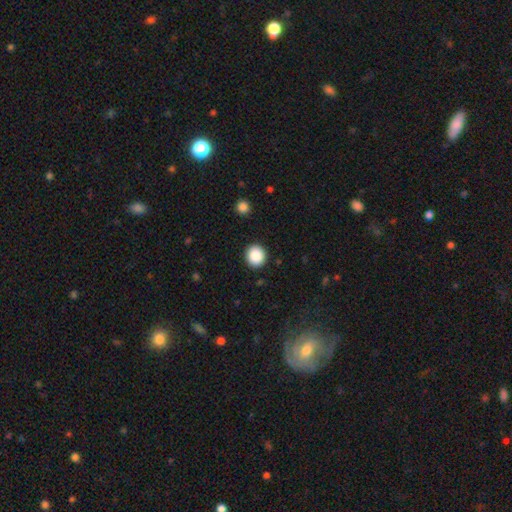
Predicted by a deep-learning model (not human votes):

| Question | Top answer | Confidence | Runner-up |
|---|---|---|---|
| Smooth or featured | smooth | 87% | star or artifact (9%) |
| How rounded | round | 89% | in between (10%) |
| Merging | none | 91% | minor disturbance (6%) |